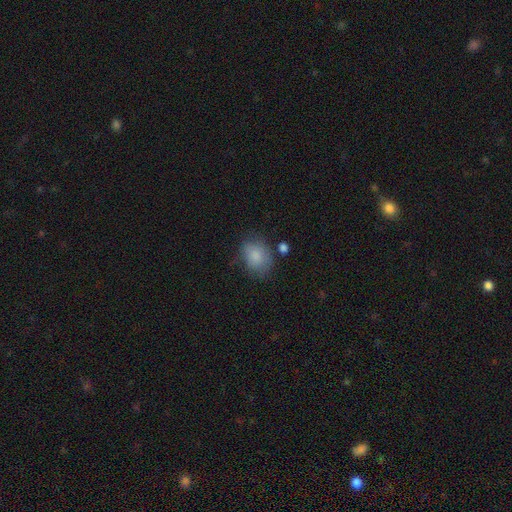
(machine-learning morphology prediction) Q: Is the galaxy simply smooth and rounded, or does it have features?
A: smooth — 82%.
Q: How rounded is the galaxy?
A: in between — 59%.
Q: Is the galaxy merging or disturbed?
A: none — 60%.